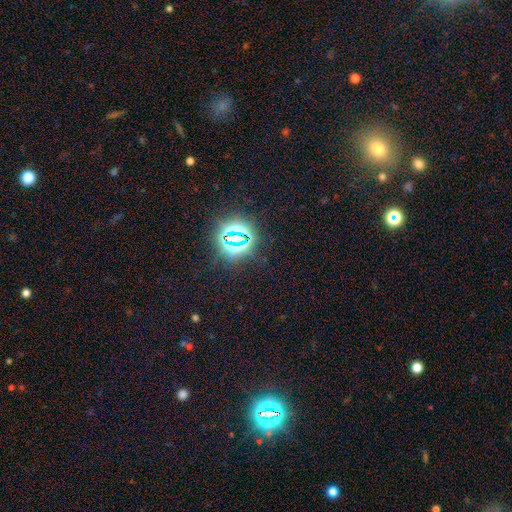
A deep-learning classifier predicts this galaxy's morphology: Smooth or featured? star or artifact (78%)